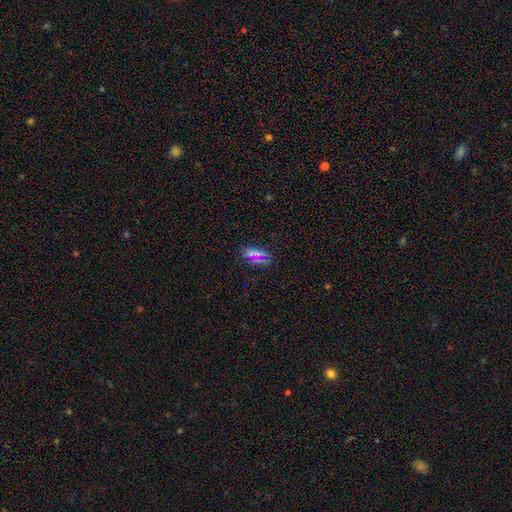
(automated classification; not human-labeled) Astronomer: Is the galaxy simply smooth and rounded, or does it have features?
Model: smooth — 68%.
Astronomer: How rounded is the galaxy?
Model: in between — 78%.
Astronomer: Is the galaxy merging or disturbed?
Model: none — 82%.